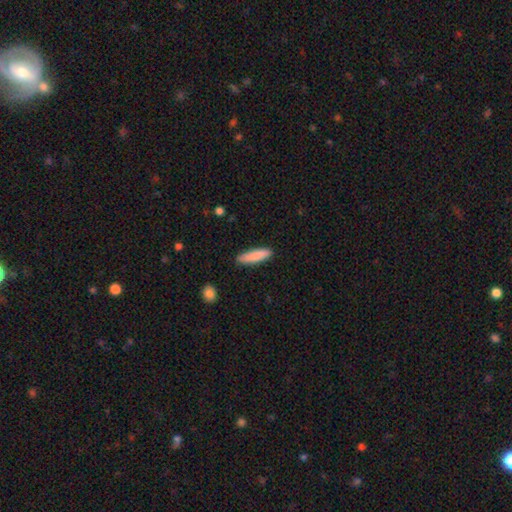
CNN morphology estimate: A smooth galaxy with no disk features (85%) that is cigar-shaped (76%). Merging: none (87%).